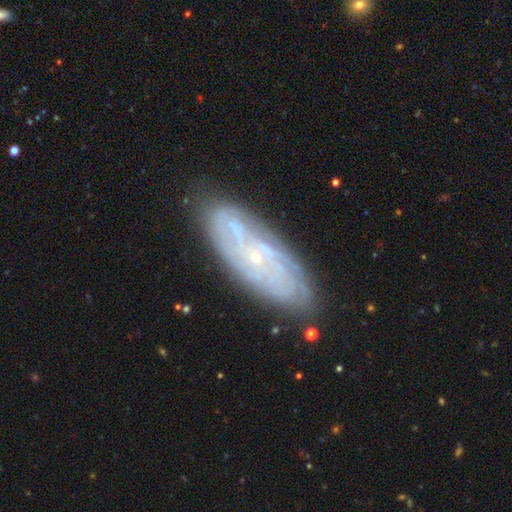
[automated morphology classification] The model was most divided on "spiral arm count": can't tell: 50%, 2: 17%, 3: 11%, 4: 10%, more than 4: 6%, 1: 5%. More confident: edge-on disk — no (86%); spiral arms — yes (84%); bulge size — small (84%); merging — none (80%); smooth or featured — featured or disk (74%); bar — no (72%); spiral winding — tight (65%).